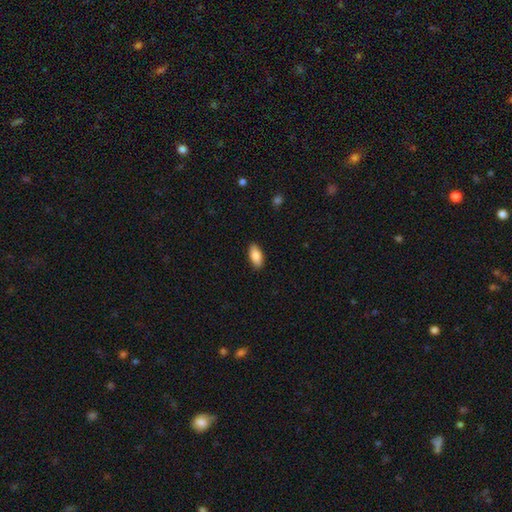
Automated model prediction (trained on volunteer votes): smooth 87%, featured or disk 7%, star or artifact 6%. Down the decision tree: how rounded — in between (89%); merging — none (89%).